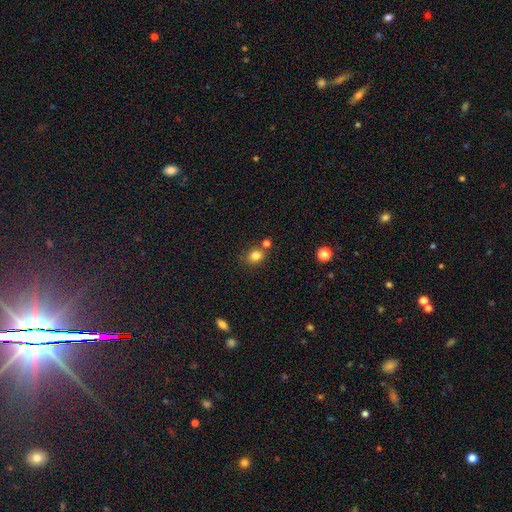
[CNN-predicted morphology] Smooth or featured?
  - smooth: 81% *
  - star or artifact: 12%
  - featured or disk: 7%
How rounded?
  - round: 58% *
  - in between: 41%
  - cigar-shaped: 1%
Merging?
  - none: 69% *
  - merger: 15%
  - minor disturbance: 12%
  - major disturbance: 4%